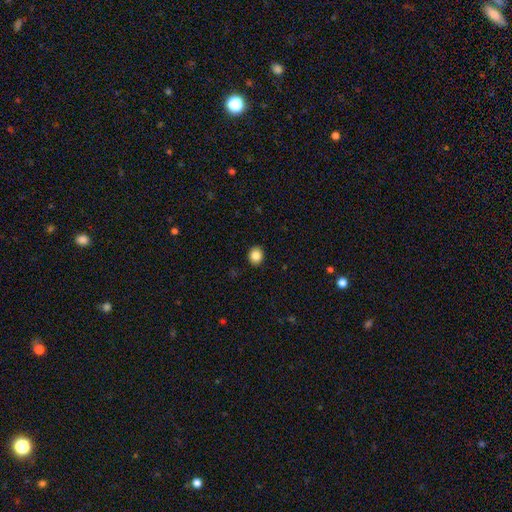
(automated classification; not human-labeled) smooth 86%, star or artifact 10%, featured or disk 5%. Down the decision tree: how rounded — round (75%); merging — none (92%).